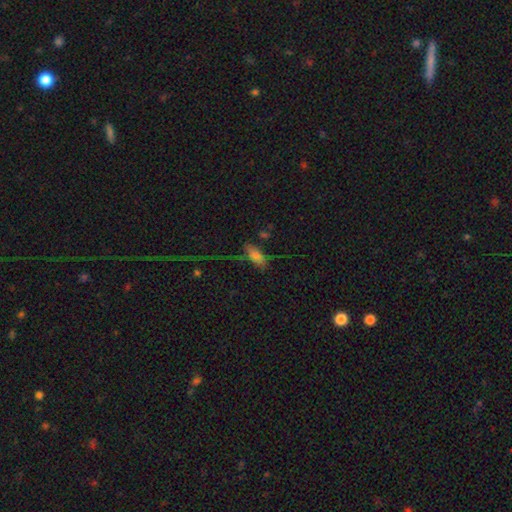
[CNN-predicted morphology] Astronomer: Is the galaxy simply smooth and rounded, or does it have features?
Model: smooth — 67%.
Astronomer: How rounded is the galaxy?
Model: in between — 79%.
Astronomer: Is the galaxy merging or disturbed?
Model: none — 61%.